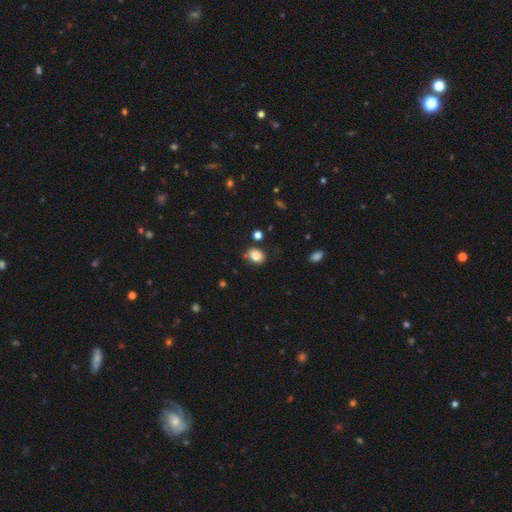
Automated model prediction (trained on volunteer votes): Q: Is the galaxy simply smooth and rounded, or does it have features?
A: smooth — 85%.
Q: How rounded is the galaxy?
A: in between — 62%.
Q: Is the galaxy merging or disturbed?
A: none — 68%.